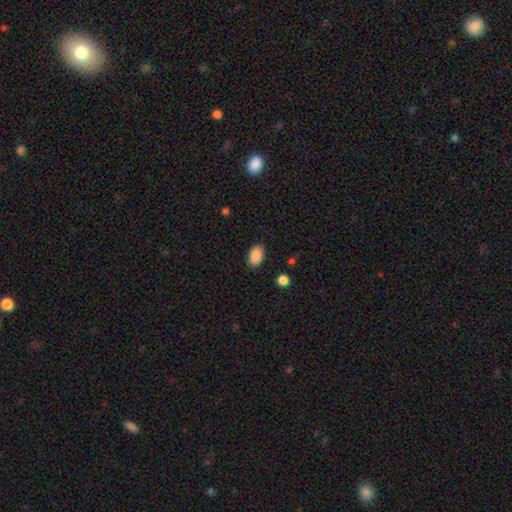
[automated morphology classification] smooth_or_featured: smooth (p=0.89) [alt: star or artifact p=0.07]
how_rounded: in between (p=0.93) [alt: round p=0.05]
merging: none (p=0.88) [alt: minor disturbance p=0.08]